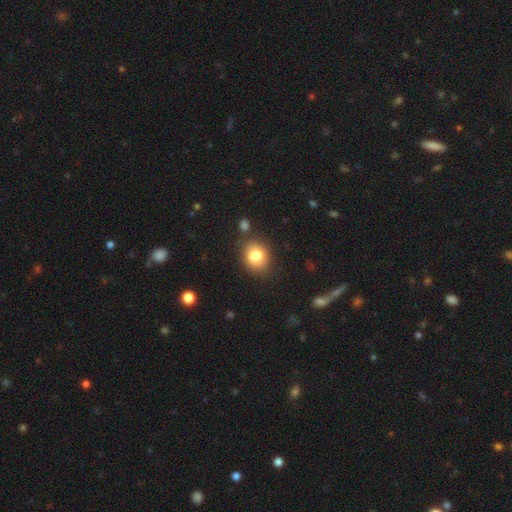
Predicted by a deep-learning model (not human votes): Morphology: type=smooth (83%); roundness=round (57%); merging=none (74%).